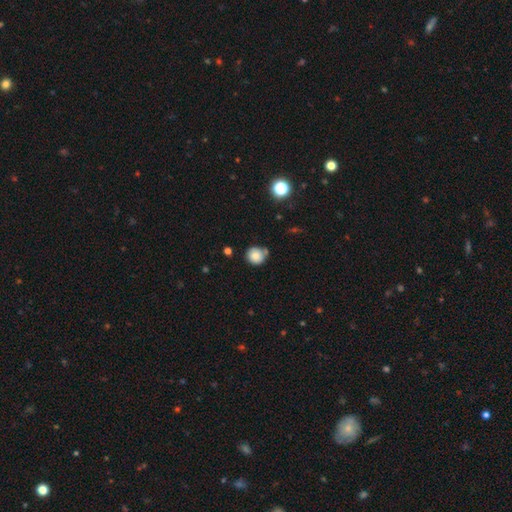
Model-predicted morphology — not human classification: Smooth or featured?
  - smooth: 82% *
  - star or artifact: 10%
  - featured or disk: 7%
How rounded?
  - round: 89% *
  - in between: 10%
  - cigar-shaped: 1%
Merging?
  - none: 71% *
  - minor disturbance: 17%
  - merger: 9%
  - major disturbance: 4%